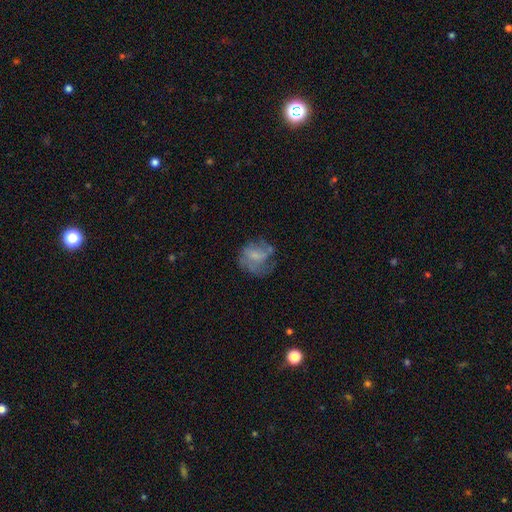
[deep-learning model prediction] This is possibly a featured or disk galaxy (47%). Merging: possibly none (45%).